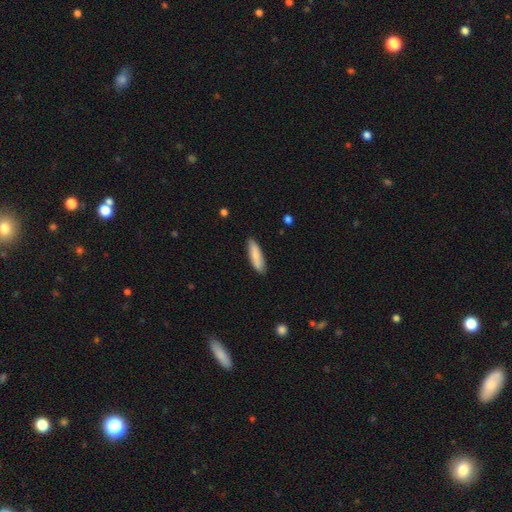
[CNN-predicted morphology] A smooth galaxy with no disk features (83%) that is cigar-shaped (64%).

Vote fractions:
- Smooth or featured? smooth: 83% / featured or disk: 11% / star or artifact: 5%
- How rounded? cigar-shaped: 64% / in between: 35% / round: 2%
- Merging? none: 87% / minor disturbance: 10% / major disturbance: 2% / merger: 1%